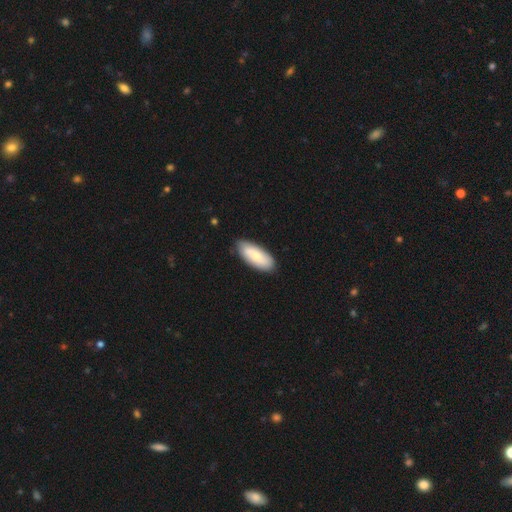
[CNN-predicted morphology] A smooth galaxy with no disk features (71%) that is in between round and cigar-shaped (84%). Merging: none (85%).